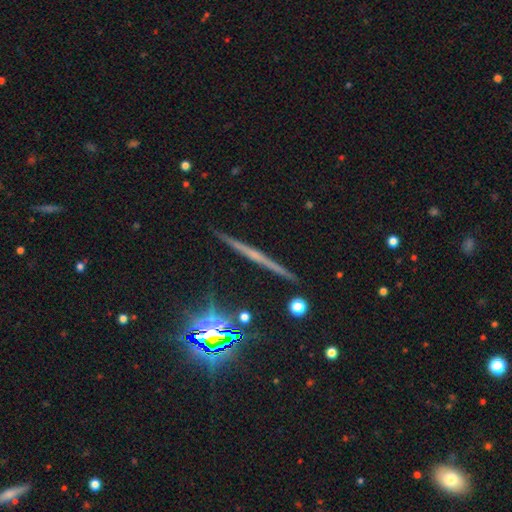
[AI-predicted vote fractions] Smooth or featured: featured or disk — 60% (smooth — 21%)
Edge-on disk: yes — 97% (no — 3%)
Edge-on bulge: none — 67% (rounded — 25%)
Merging: none — 91% (minor disturbance — 6%)